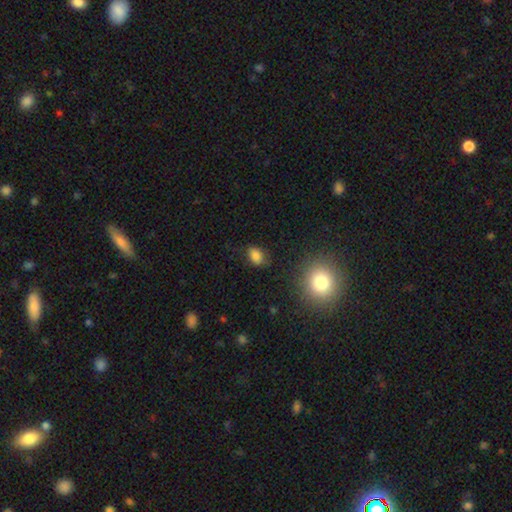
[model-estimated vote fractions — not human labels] This is clearly a smooth galaxy (82%). How rounded: likely in between (80%). Merging: likely none (77%).